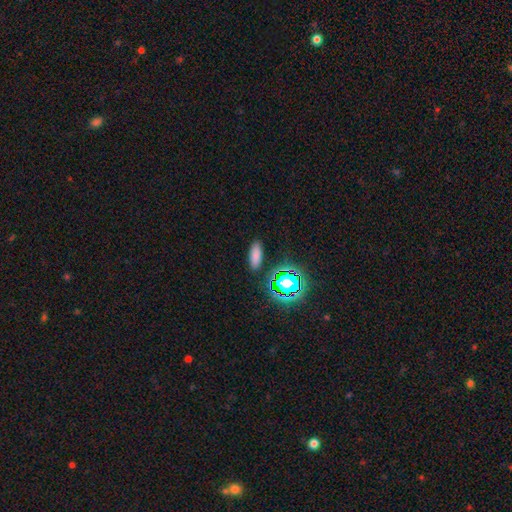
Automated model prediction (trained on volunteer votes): Q: Smooth or featured?
A: smooth (75%); runner-up: star or artifact (19%)
Q: How rounded?
A: in between (74%); runner-up: cigar-shaped (22%)
Q: Merging?
A: none (88%); runner-up: minor disturbance (8%)